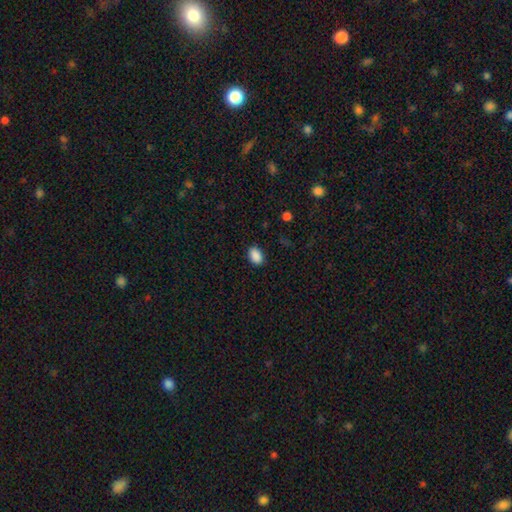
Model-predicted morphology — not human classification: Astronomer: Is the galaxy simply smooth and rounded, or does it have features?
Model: smooth — 89%.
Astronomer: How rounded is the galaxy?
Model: in between — 84%.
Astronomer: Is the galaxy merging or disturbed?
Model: none — 86%.